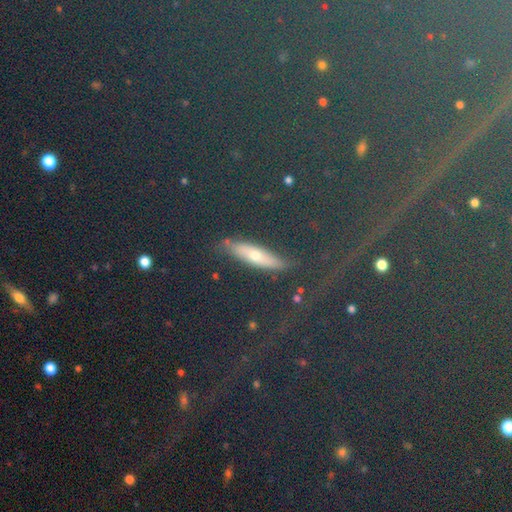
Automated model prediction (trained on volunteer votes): The model was most divided on "smooth or featured": star or artifact: 43%, smooth: 33%, featured or disk: 24%.